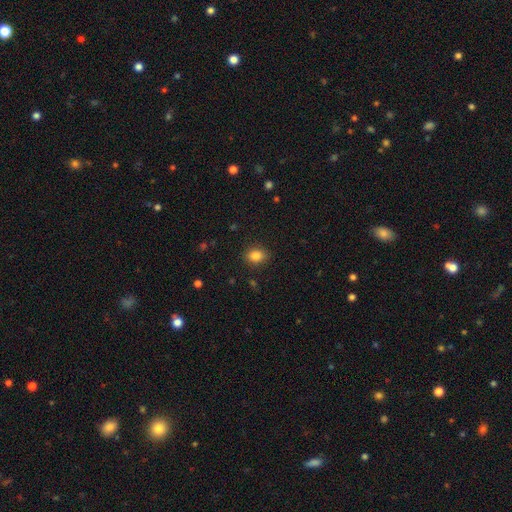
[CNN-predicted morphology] smooth 85%, star or artifact 10%, featured or disk 5%. Down the decision tree: how rounded — in between (57%); merging — none (87%).